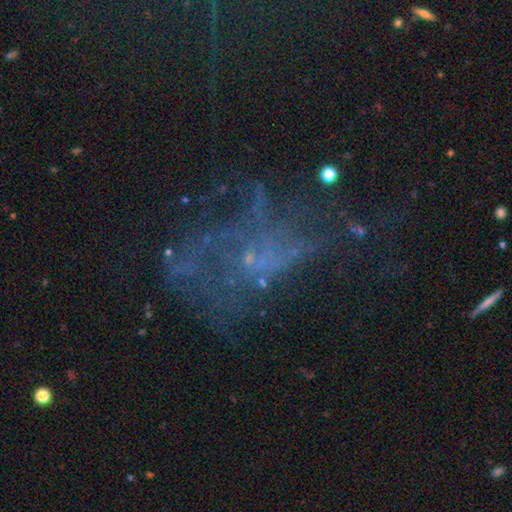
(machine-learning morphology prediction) This is marginally a star or artifact rather than a galaxy (44%).